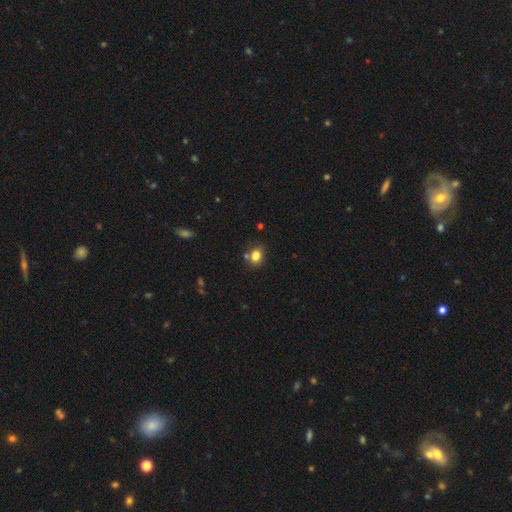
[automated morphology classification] A smooth galaxy with no disk features (81%) that is in between round and cigar-shaped (51%). Merging: none (69%).